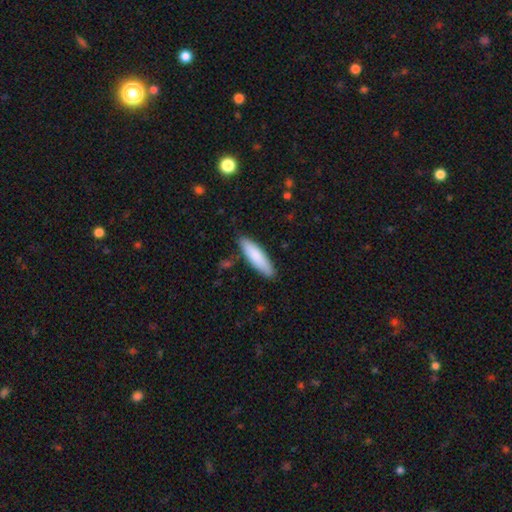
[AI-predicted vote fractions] This appears to be a smooth galaxy with no disk features (84%) that is cigar-shaped (65%). Merging: none (86%).